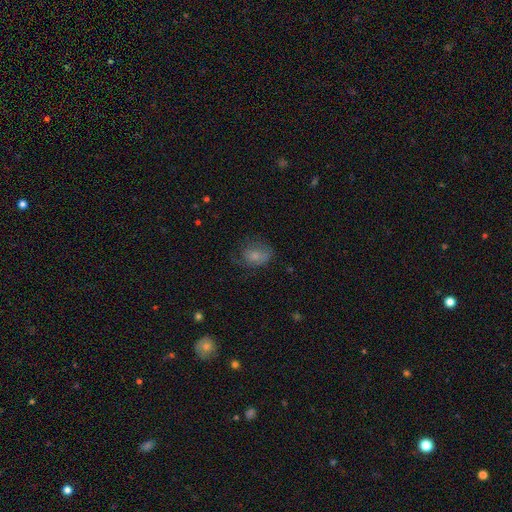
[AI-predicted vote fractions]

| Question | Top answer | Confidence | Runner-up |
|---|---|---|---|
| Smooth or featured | smooth | 70% | featured or disk (20%) |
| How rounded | in between | 60% | round (39%) |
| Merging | none | 53% | minor disturbance (27%) |